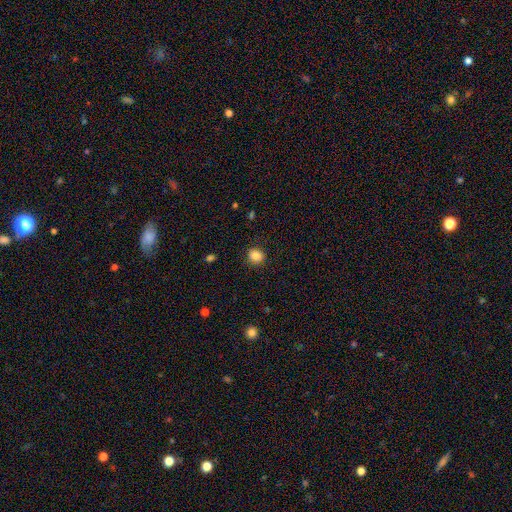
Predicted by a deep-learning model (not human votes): smooth 86%, star or artifact 10%, featured or disk 4%. Down the decision tree: how rounded — round (64%); merging — none (86%).